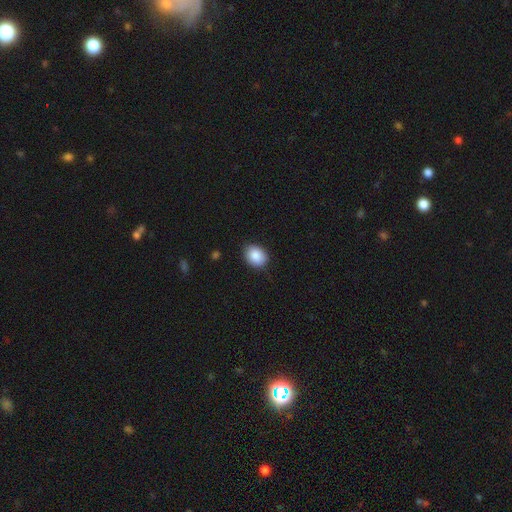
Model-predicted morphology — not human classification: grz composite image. It shows a smooth galaxy with no disk features (88%) that is in between round and cigar-shaped (65%). Merging: none (84%).